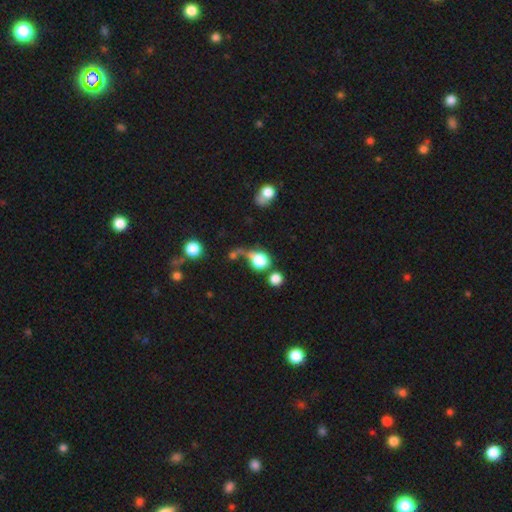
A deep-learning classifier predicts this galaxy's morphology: A smooth galaxy with no disk features (51%) that is round (75%).

Vote fractions:
- Smooth or featured? smooth: 51% / star or artifact: 30% / featured or disk: 19%
- How rounded? round: 75% / in between: 21% / cigar-shaped: 4%
- Merging? none: 43% / major disturbance: 22% / merger: 20% / minor disturbance: 15%